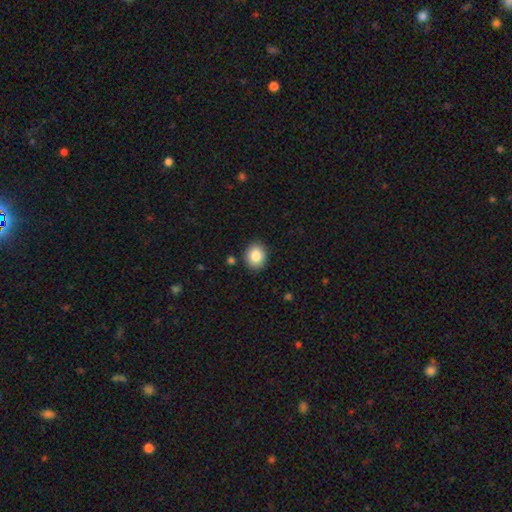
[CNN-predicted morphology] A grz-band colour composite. It shows a smooth galaxy with no disk features (85%) that is round (69%). Merging: none (88%).